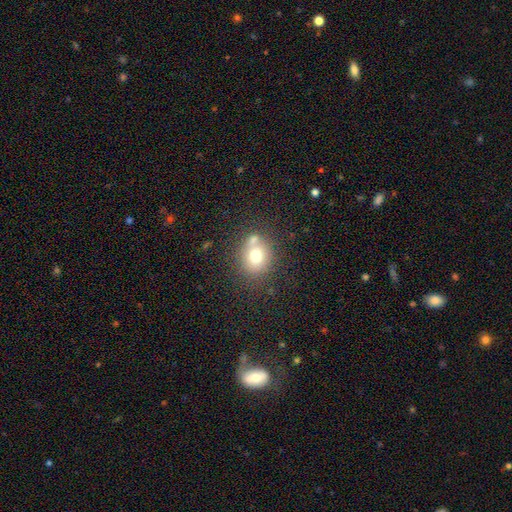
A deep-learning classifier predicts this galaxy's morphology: This appears to be a smooth galaxy with no disk features (71%) that is round (68%). Merging: none (60%).